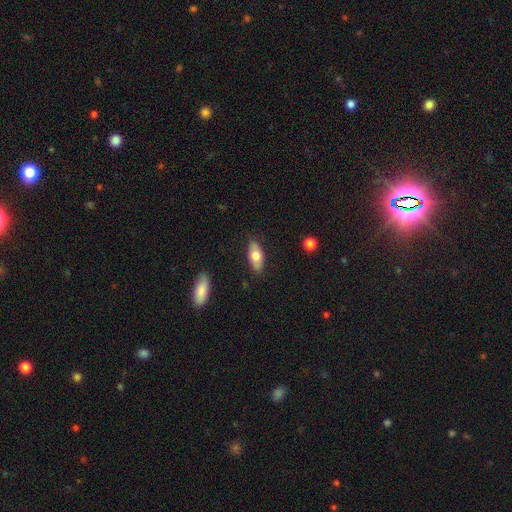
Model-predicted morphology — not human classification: smooth-or-featured: smooth: 72% | featured or disk: 22% | star or artifact: 6%
  how-rounded: in between: 86% | cigar-shaped: 11% | round: 3%
  merging: none: 85% | minor disturbance: 12% | major disturbance: 2% | merger: 1%